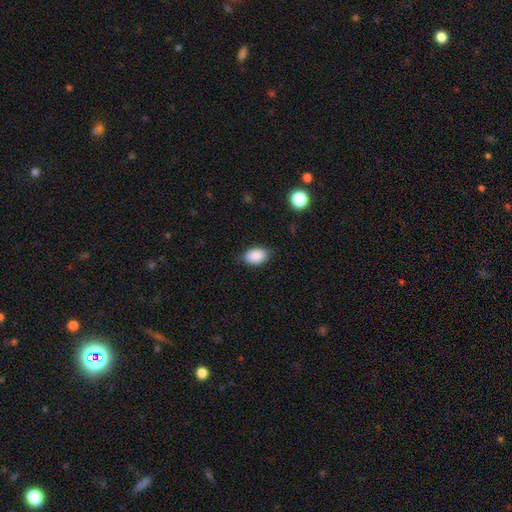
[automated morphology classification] A smooth galaxy with no disk features (88%) that is in between round and cigar-shaped (88%). Merging: none (79%).